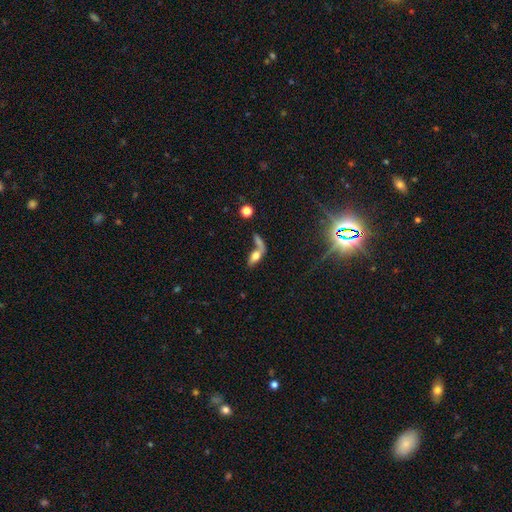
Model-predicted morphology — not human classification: The model was most divided on "merging": merger: 46%, none: 31%, major disturbance: 12%, minor disturbance: 11%. More confident: how rounded — in between (71%); smooth or featured — smooth (60%).